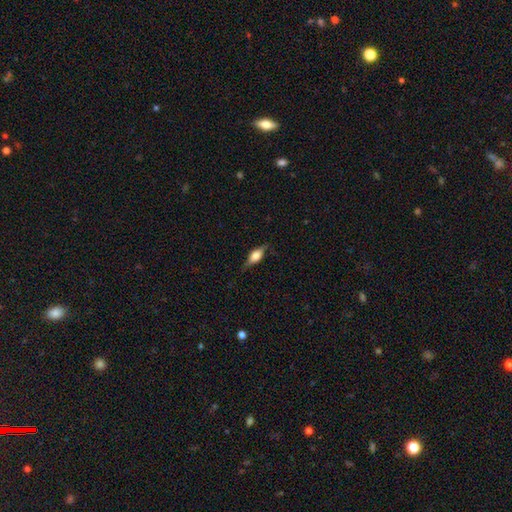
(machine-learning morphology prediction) A featured or disk galaxy (49%).

Vote fractions:
- Smooth or featured? featured or disk: 49% / smooth: 44% / star or artifact: 8%
- Merging? none: 77% / minor disturbance: 18% / major disturbance: 4% / merger: 1%